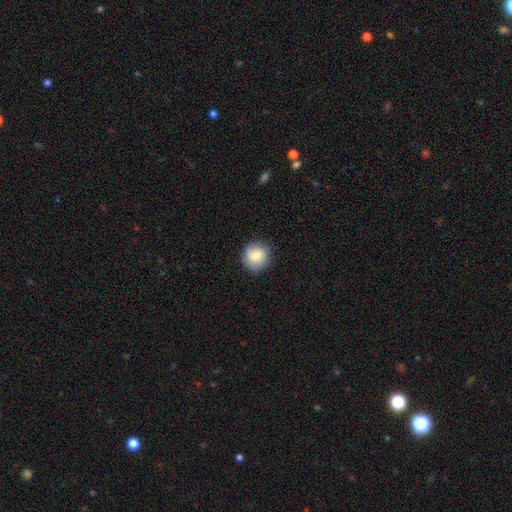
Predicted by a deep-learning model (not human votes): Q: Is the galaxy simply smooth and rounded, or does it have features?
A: smooth — 82%.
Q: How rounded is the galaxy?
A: round — 89%.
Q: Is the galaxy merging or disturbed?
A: none — 85%.